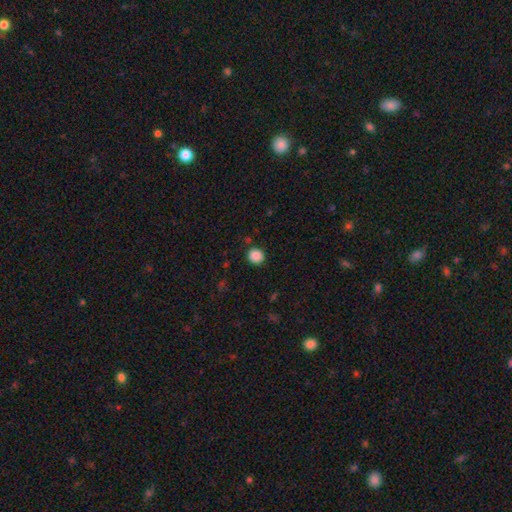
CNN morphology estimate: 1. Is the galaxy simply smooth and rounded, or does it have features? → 88% smooth, 10% star or artifact, 3% featured or disk.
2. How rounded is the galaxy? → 84% round, 15% in between, 1% cigar-shaped.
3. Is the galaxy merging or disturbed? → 87% none, 8% minor disturbance, 3% major disturbance, 2% merger.